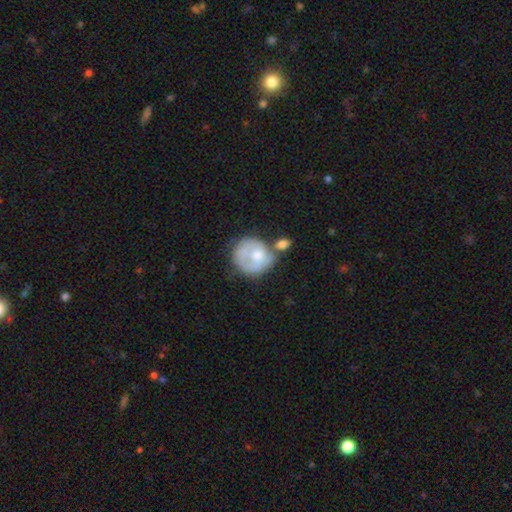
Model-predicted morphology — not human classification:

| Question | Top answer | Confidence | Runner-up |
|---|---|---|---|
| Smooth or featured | smooth | 55% | featured or disk (39%) |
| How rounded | round | 81% | in between (18%) |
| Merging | none | 37% | merger (25%) |